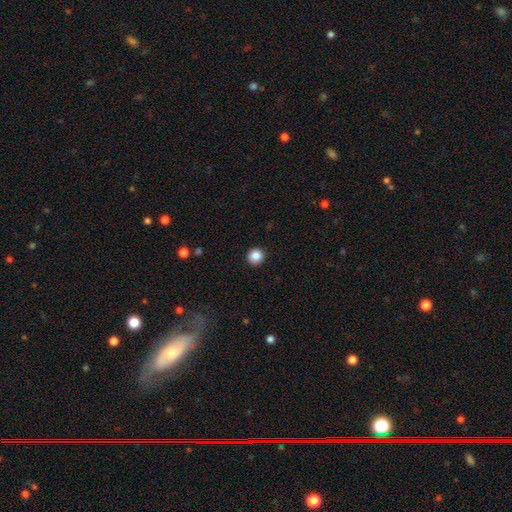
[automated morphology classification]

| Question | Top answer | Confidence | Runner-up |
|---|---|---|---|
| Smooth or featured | smooth | 86% | star or artifact (10%) |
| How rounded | round | 95% | in between (4%) |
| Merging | none | 93% | minor disturbance (4%) |